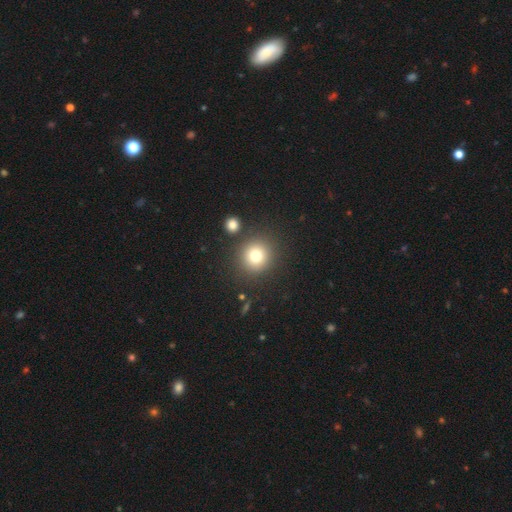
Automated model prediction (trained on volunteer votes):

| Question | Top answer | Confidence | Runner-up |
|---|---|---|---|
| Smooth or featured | smooth | 78% | star or artifact (13%) |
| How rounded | round | 91% | in between (8%) |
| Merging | none | 85% | minor disturbance (7%) |